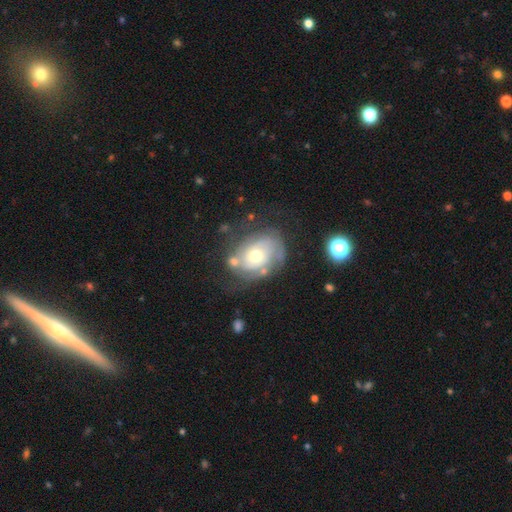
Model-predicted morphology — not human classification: smooth_or_featured: featured or disk (p=0.70) [alt: smooth p=0.23]
disk_edge_on: no (p=0.96) [alt: yes p=0.04]
bar: no (p=0.85) [alt: weak p=0.12]
has_spiral_arms: yes (p=0.73) [alt: no p=0.27]
bulge_size: moderate (p=0.67) [alt: small p=0.26]
merging: none (p=0.56) [alt: minor disturbance p=0.22]